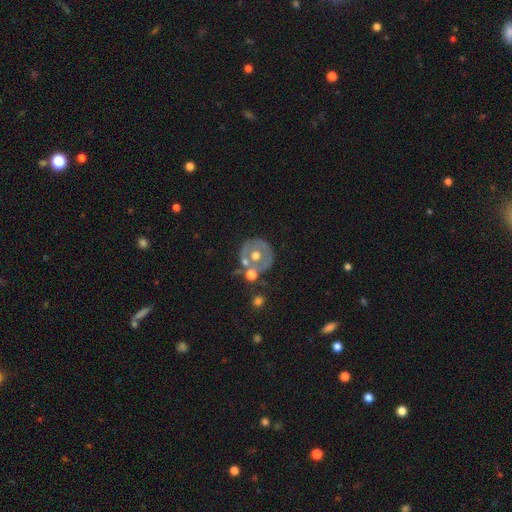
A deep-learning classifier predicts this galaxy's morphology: A featured or disk galaxy (55%) with no bar (90%), no spiral arms (87%) and a moderate central bulge (78%).

Vote fractions:
- Smooth or featured? featured or disk: 55% / smooth: 37% / star or artifact: 8%
- Edge-on disk? no: 96% / yes: 4%
- Bar? no: 90% / weak: 7% / strong: 3%
- Spiral arms? no: 87% / yes: 13%
- Bulge size? moderate: 78% / small: 11% / large: 7% / none: 3% / dominant: 2%
- Merging? none: 54% / merger: 23% / minor disturbance: 15% / major disturbance: 8%